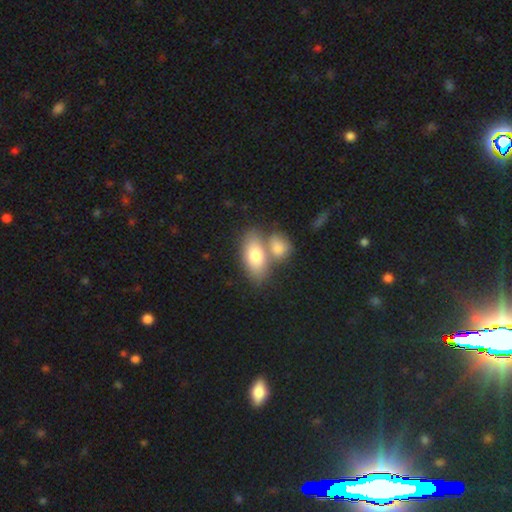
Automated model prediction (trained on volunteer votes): smooth-or-featured: smooth: 76% | featured or disk: 18% | star or artifact: 6%
  how-rounded: in between: 88% | cigar-shaped: 6% | round: 6%
  merging: merger: 46% | none: 41% | minor disturbance: 9% | major disturbance: 3%